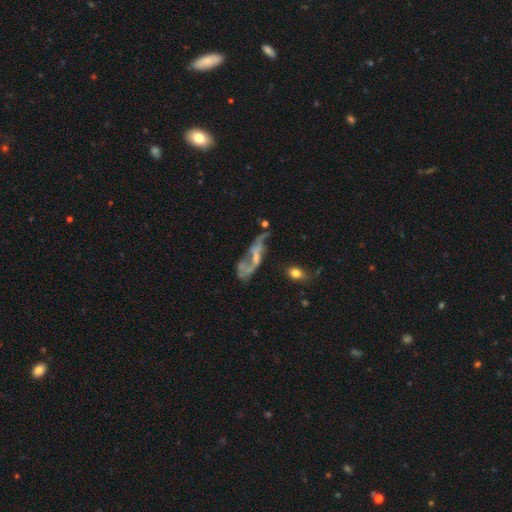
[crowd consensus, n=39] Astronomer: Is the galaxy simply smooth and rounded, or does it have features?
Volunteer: featured or disk — 77%.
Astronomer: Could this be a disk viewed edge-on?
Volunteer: no — 87%.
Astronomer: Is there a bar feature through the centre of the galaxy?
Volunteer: weak — 62% (runner-up: no, 38%).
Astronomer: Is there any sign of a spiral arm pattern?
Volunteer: no — 58% (runner-up: yes, 42%).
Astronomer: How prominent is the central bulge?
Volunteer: small — 42% (runner-up: none, 31%).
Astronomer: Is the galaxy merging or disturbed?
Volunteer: major disturbance — 43% (runner-up: none, 24%).